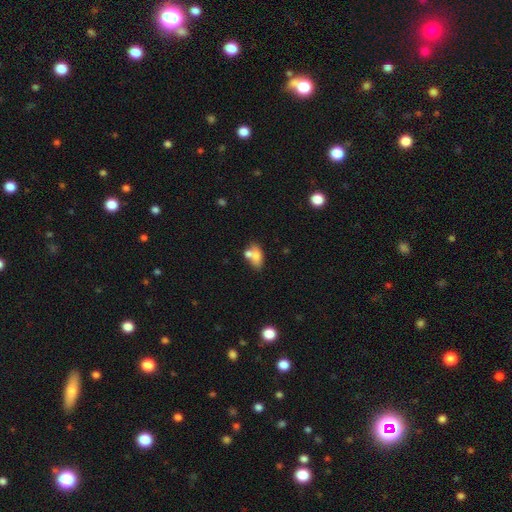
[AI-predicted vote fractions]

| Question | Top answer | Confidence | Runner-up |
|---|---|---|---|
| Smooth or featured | smooth | 72% | featured or disk (19%) |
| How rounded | in between | 85% | round (9%) |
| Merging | none | 40% | merger (39%) |